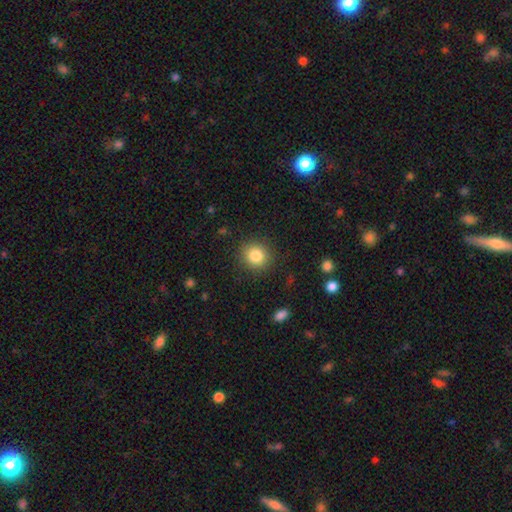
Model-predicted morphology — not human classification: Smooth or featured? smooth (83%)
How rounded? round (87%)
Merging? none (88%)